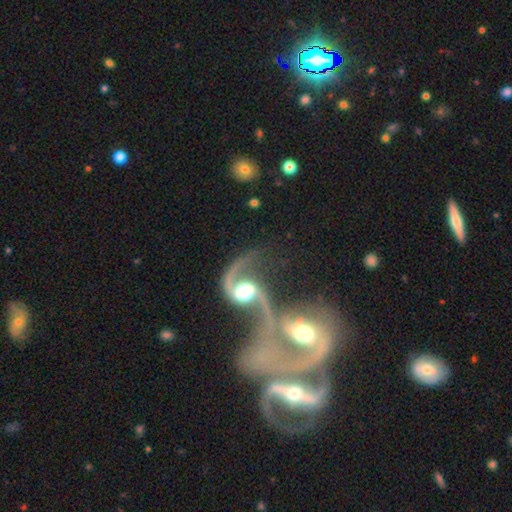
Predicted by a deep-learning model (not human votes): The model was most divided on "bar": no: 52%, weak: 31%, strong: 17%. More confident: edge-on disk — no (95%); spiral arms — yes (86%); smooth or featured — featured or disk (78%); merging — merger (71%); spiral arm count — 2 (69%); spiral winding — loose (56%); bulge size — moderate (55%).